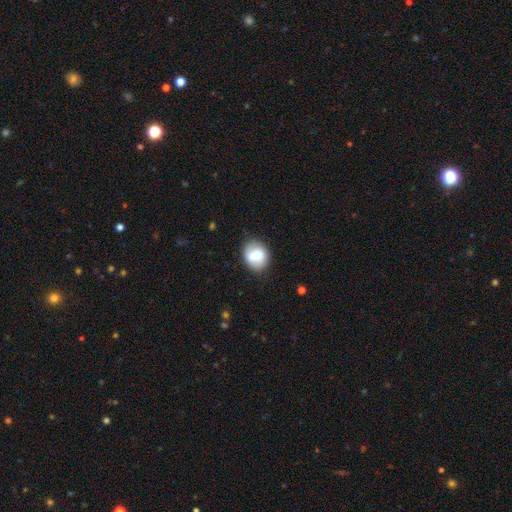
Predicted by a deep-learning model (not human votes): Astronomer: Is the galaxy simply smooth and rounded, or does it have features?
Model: smooth — 65%.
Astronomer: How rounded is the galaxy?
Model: round — 59% (runner-up: in between, 39%).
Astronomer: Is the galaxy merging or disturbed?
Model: none — 81%.